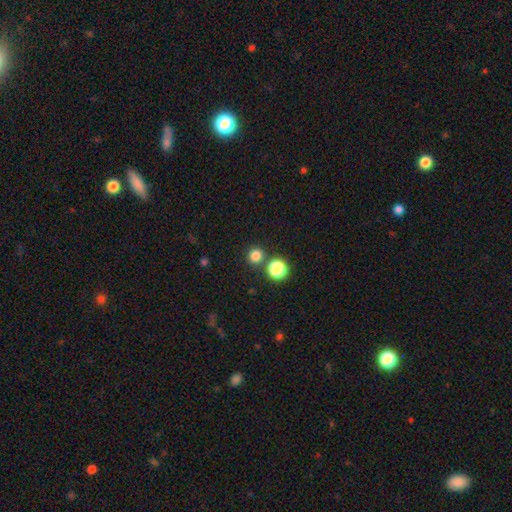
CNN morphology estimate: smooth 80%, star or artifact 16%, featured or disk 4%. Down the decision tree: how rounded — round (91%); merging — none (82%).